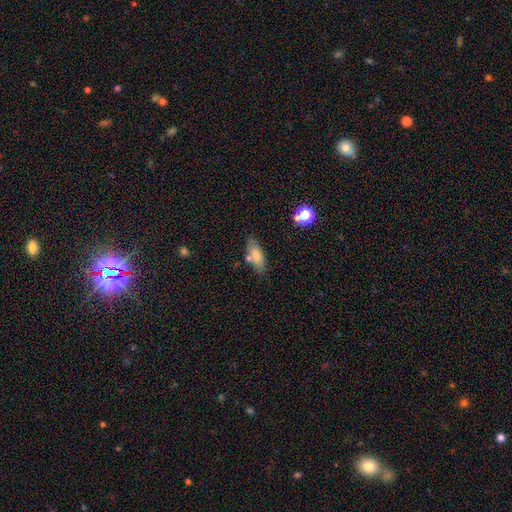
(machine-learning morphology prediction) Smooth or featured?
  - smooth: 73% *
  - featured or disk: 18%
  - star or artifact: 9%
How rounded?
  - in between: 72% *
  - cigar-shaped: 25%
  - round: 3%
Merging?
  - none: 70% *
  - minor disturbance: 15%
  - merger: 11%
  - major disturbance: 4%